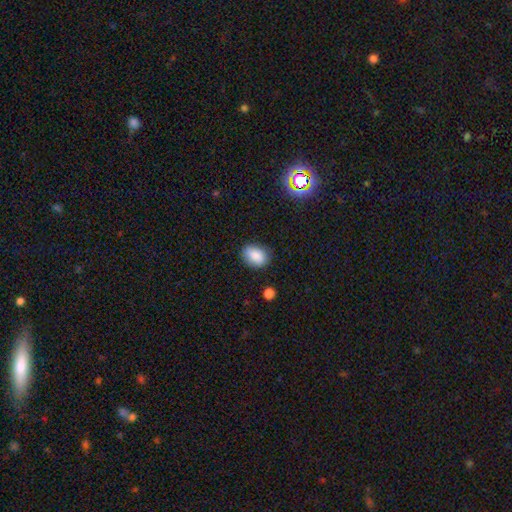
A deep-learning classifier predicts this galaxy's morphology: Overall: smooth (86%). How rounded: in between (78%). Merging: none (79%).